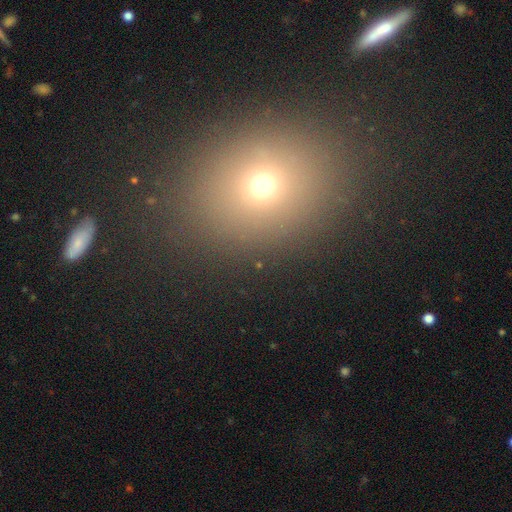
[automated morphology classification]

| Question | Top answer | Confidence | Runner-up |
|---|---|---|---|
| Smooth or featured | smooth | 65% | star or artifact (24%) |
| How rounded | round | 59% | in between (40%) |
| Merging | none | 86% | minor disturbance (7%) |